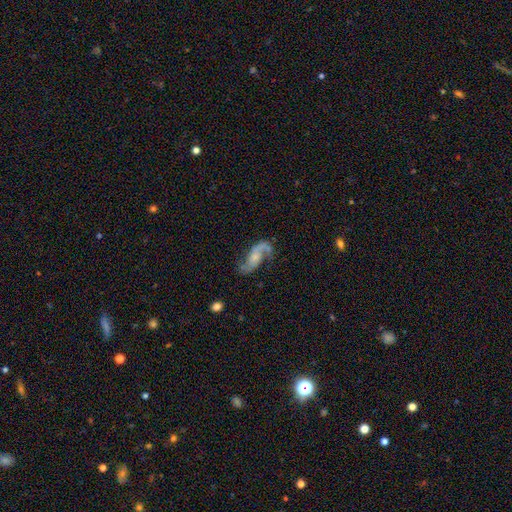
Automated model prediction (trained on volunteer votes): This is clearly a featured or disk galaxy (84%). It is clearly not viewed edge-on (96%). Bar: possibly no (58%). Spiral arm pattern: clearly yes (95%). Spiral arm count: clearly 2 (85%). Spiral winding: possibly loose (59%). Central bulge: marginally small (40%). Merging: likely none (63%).